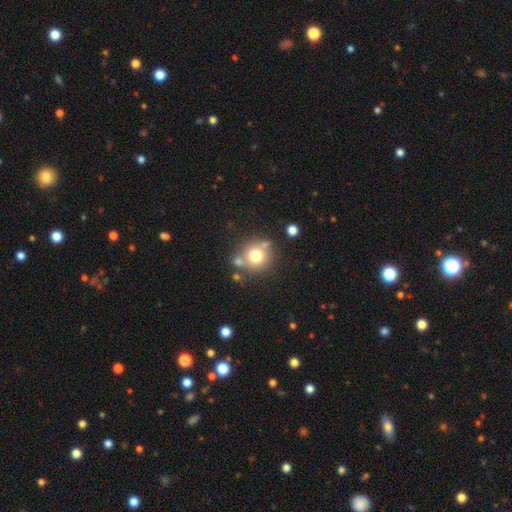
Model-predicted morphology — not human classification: type=smooth (72%); roundness=round (89%); merging=none (65%).